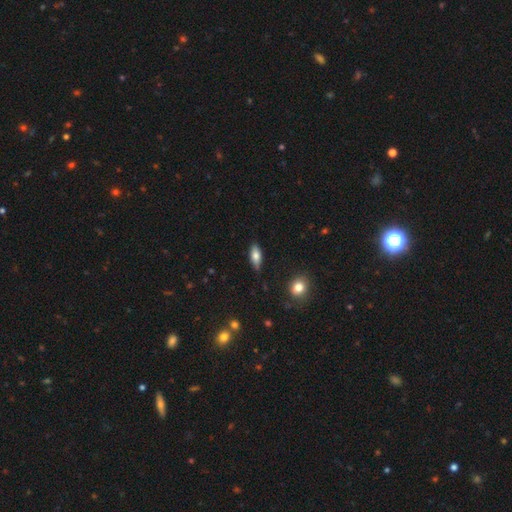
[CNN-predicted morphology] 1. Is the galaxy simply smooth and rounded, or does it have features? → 73% smooth, 19% featured or disk, 7% star or artifact.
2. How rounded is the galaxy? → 76% in between, 21% cigar-shaped, 3% round.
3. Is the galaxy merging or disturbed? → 82% none, 14% minor disturbance, 3% major disturbance, 2% merger.